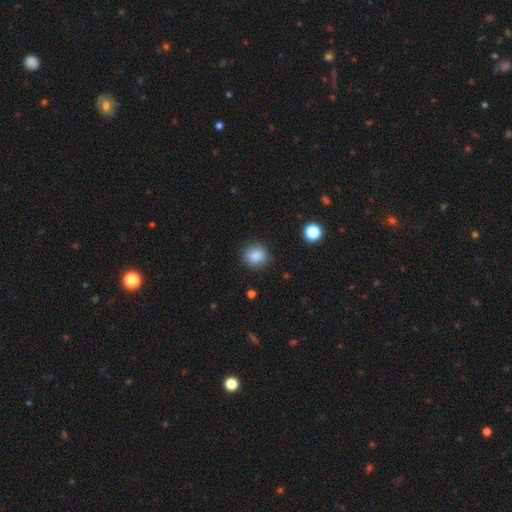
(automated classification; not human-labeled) smooth-or-featured: smooth: 84% | star or artifact: 10% | featured or disk: 6%
  how-rounded: round: 83% | in between: 16% | cigar-shaped: 1%
  merging: none: 86% | minor disturbance: 10% | major disturbance: 3% | merger: 1%